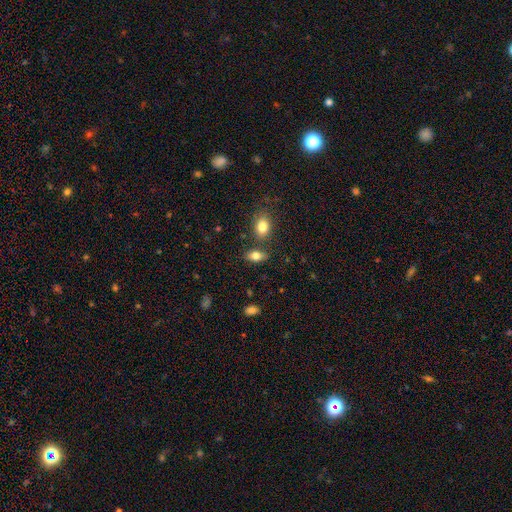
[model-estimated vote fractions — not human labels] Q: Smooth or featured?
A: smooth (79%); runner-up: featured or disk (12%)
Q: How rounded?
A: in between (88%); runner-up: round (8%)
Q: Merging?
A: none (75%); runner-up: minor disturbance (12%)